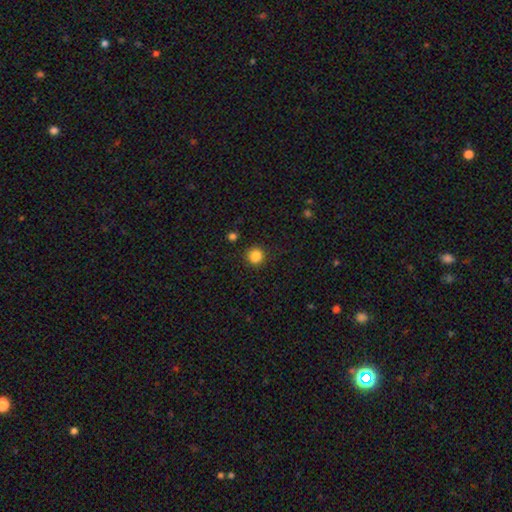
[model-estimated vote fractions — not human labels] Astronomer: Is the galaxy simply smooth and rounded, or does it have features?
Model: smooth — 85%.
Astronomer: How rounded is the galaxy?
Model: round — 89%.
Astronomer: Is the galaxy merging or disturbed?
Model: none — 85%.